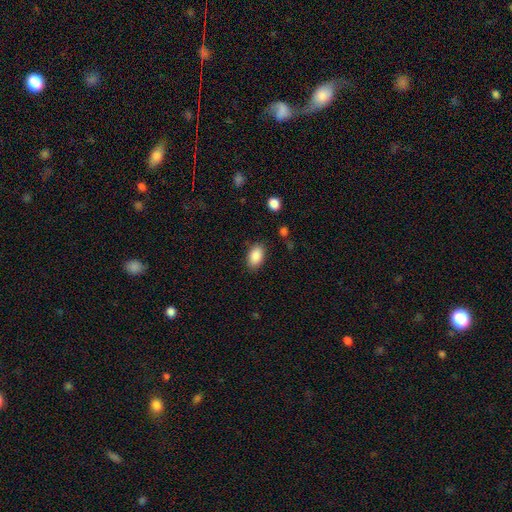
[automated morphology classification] A smooth galaxy with no disk features (88%) that is in between round and cigar-shaped (92%). Merging: none (85%).